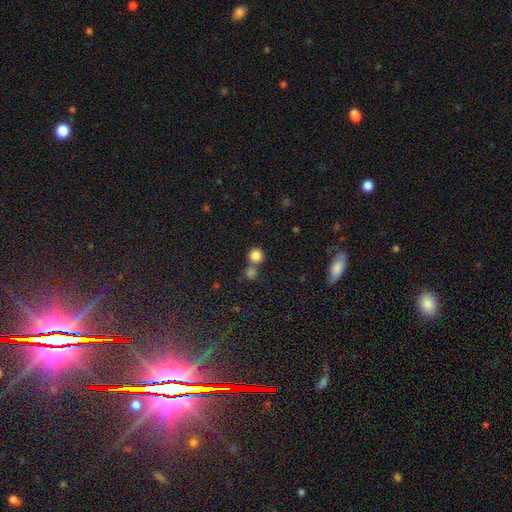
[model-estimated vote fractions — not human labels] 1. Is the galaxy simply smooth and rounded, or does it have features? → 84% smooth, 11% star or artifact, 5% featured or disk.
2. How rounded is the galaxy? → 93% round, 6% in between, 1% cigar-shaped.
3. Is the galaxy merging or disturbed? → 61% none, 29% merger, 7% minor disturbance, 3% major disturbance.